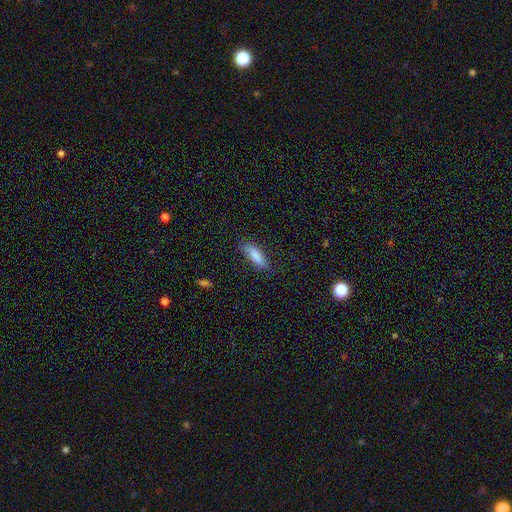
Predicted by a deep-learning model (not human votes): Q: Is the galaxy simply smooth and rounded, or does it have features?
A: smooth — 85%.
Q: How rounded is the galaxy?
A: in between — 52%.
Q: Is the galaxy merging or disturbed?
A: none — 80%.